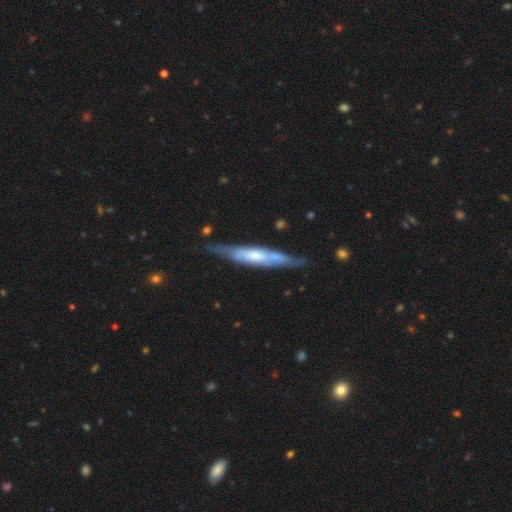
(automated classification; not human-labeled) smooth-or-featured: featured or disk: 66% | smooth: 29% | star or artifact: 5%
  disk-edge-on: yes: 77% | no: 23%
    edge-on-bulge: rounded: 41% | none: 39% | boxy: 20%
  merging: none: 75% | minor disturbance: 19% | major disturbance: 4% | merger: 3%